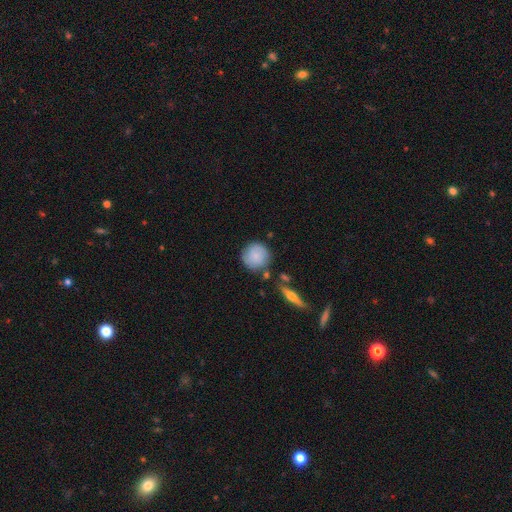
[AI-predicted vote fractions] Overall: smooth (79%). How rounded: round (92%). Merging: none (75%).